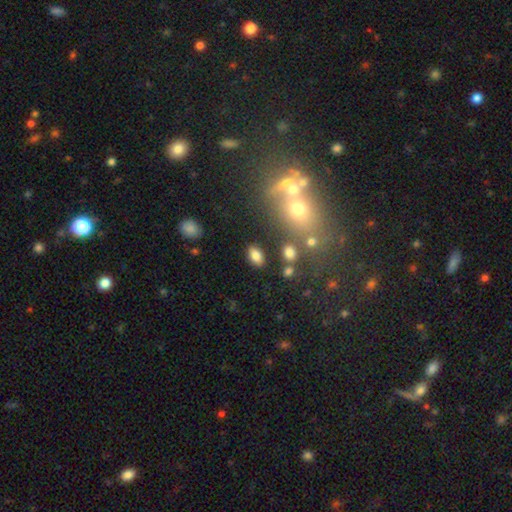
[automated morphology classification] A smooth galaxy with no disk features (80%) that is in between round and cigar-shaped (89%). Merging: none (83%).